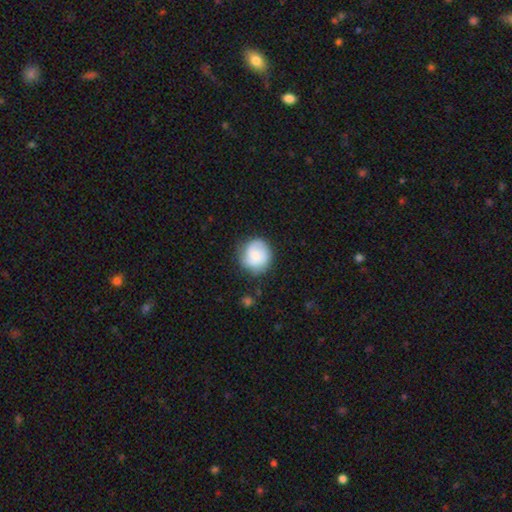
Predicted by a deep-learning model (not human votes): Morphology: type=smooth (61%); roundness=round (86%); merging=none (70%).